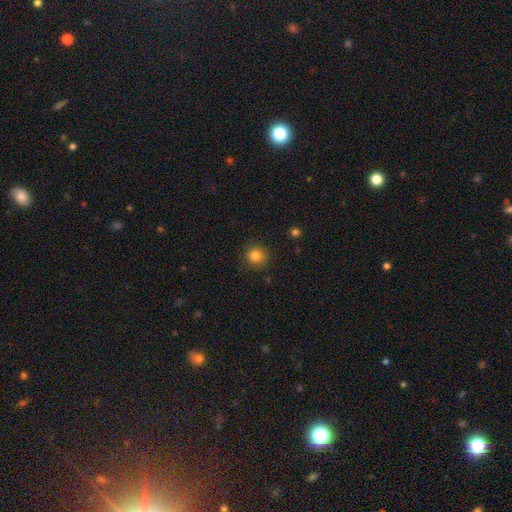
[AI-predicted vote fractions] smooth 82%, star or artifact 12%, featured or disk 6%. Down the decision tree: how rounded — round (93%); merging — none (90%).